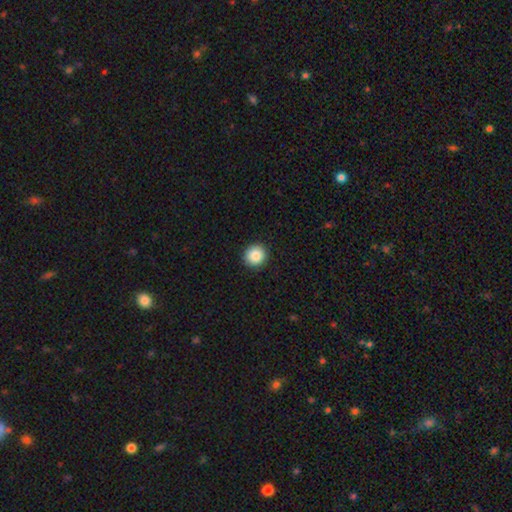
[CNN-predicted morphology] Smooth or featured?
  - smooth: 87% *
  - star or artifact: 9%
  - featured or disk: 4%
How rounded?
  - round: 94% *
  - in between: 5%
  - cigar-shaped: 1%
Merging?
  - none: 93% *
  - minor disturbance: 5%
  - major disturbance: 2%
  - merger: 1%